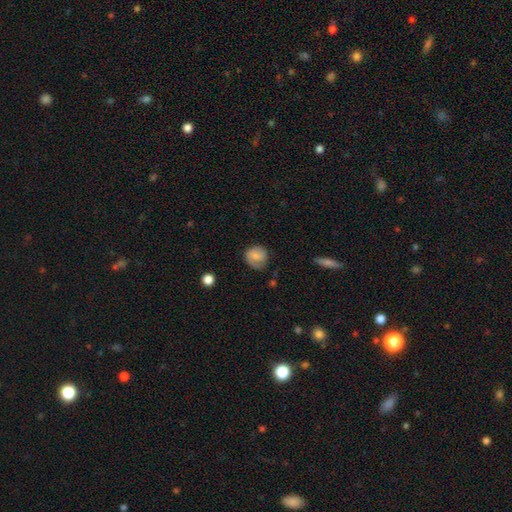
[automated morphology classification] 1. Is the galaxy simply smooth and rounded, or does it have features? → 69% smooth, 24% featured or disk, 8% star or artifact.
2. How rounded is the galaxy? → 81% round, 18% in between, 1% cigar-shaped.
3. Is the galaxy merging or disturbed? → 67% none, 23% minor disturbance, 8% major disturbance, 2% merger.